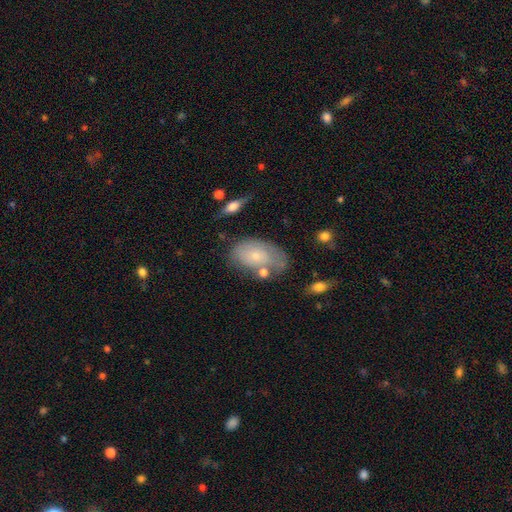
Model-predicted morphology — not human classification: smooth 60%, featured or disk 31%, star or artifact 8%. Down the decision tree: how rounded — in between (89%); merging — none (53%).